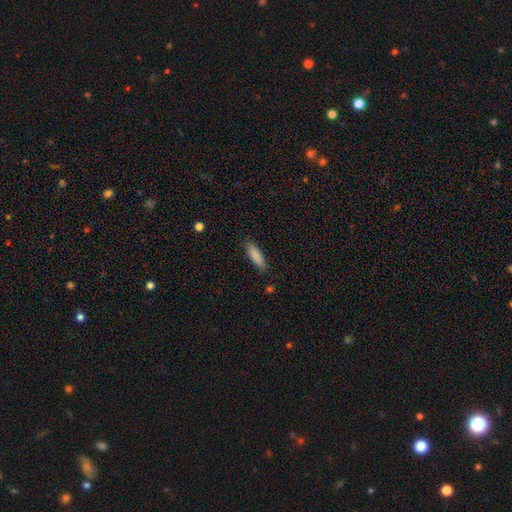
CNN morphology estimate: Smooth or featured? Predicted: smooth (p=0.87). How rounded? Predicted: cigar-shaped (p=0.59). Merging? Predicted: none (p=0.85).